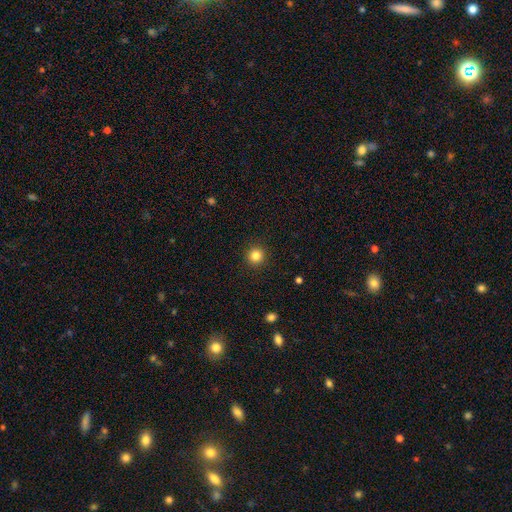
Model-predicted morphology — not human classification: A smooth galaxy with no disk features (83%) that is round (95%).

Vote fractions:
- Smooth or featured? smooth: 83% / star or artifact: 12% / featured or disk: 5%
- How rounded? round: 95% / in between: 4% / cigar-shaped: 1%
- Merging? none: 92% / minor disturbance: 5% / major disturbance: 2% / merger: 1%